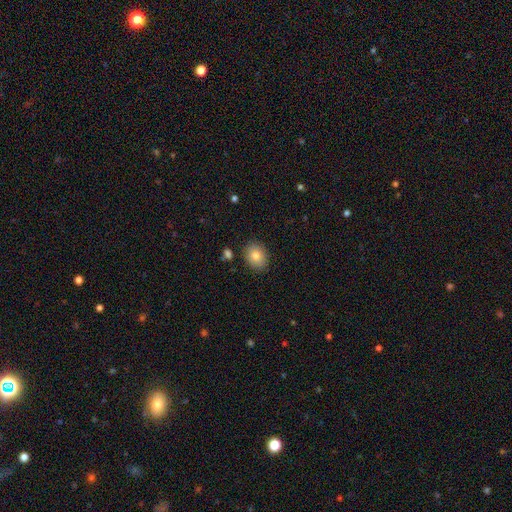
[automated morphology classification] A smooth galaxy with no disk features (83%) that is in between round and cigar-shaped (58%).

Vote fractions:
- Smooth or featured? smooth: 83% / featured or disk: 9% / star or artifact: 8%
- How rounded? in between: 58% / round: 42% / cigar-shaped: 1%
- Merging? none: 86% / minor disturbance: 9% / major disturbance: 2% / merger: 2%